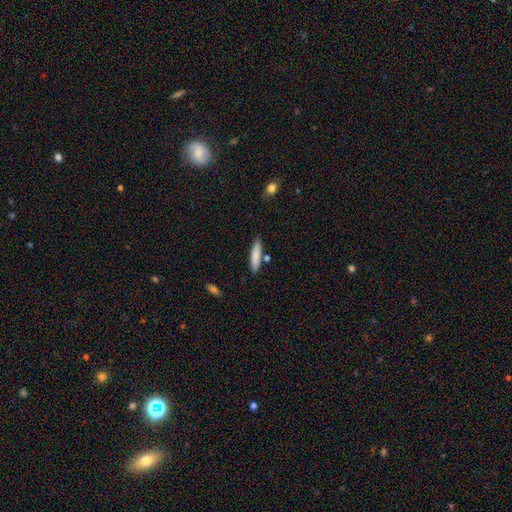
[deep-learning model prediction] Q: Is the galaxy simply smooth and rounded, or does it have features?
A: smooth — 83%.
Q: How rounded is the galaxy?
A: cigar-shaped — 78%.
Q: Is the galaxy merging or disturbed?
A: none — 81%.